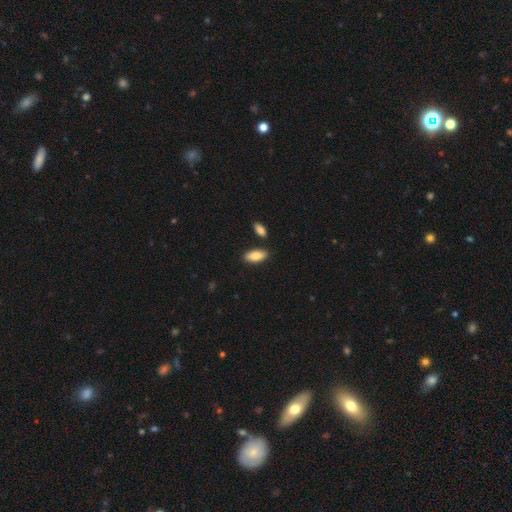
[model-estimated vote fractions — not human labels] A smooth galaxy with no disk features (84%) that is in between round and cigar-shaped (88%).

Vote fractions:
- Smooth or featured? smooth: 84% / featured or disk: 10% / star or artifact: 6%
- How rounded? in between: 88% / cigar-shaped: 10% / round: 2%
- Merging? none: 83% / minor disturbance: 10% / merger: 6% / major disturbance: 2%